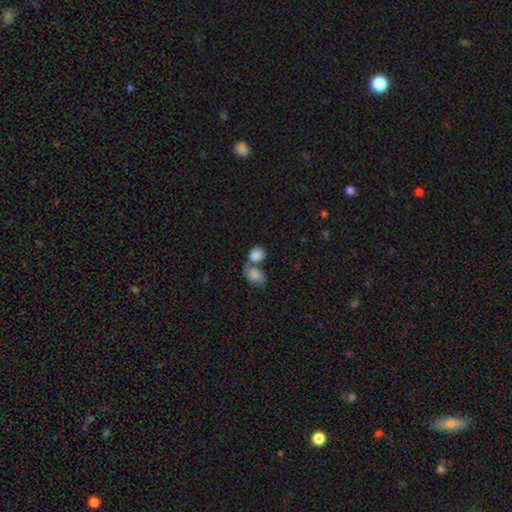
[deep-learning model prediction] This is clearly a smooth galaxy (82%). How rounded: possibly in between (51%). Merging: possibly merger (55%).